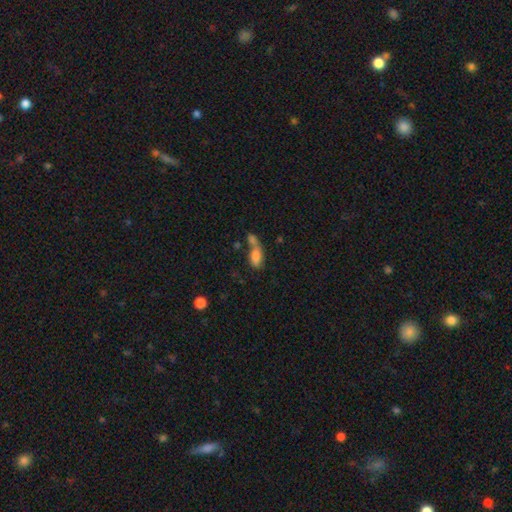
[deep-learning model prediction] This appears to be a smooth galaxy with no disk features (75%) that is in between round and cigar-shaped (83%). Merging: merger (54%).